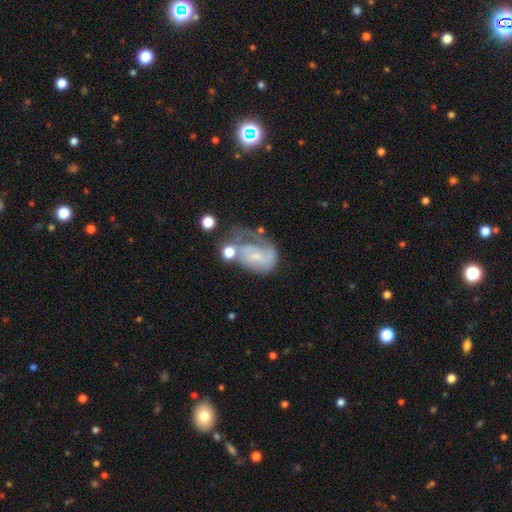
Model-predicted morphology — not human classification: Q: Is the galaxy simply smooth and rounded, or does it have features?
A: featured or disk — 66%.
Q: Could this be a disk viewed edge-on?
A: no — 97%.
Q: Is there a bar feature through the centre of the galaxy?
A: no — 55%.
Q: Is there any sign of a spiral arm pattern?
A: yes — 79%.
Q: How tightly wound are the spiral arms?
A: tight — 39%.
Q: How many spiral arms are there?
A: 2 — 34%.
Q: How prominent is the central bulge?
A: small — 64%.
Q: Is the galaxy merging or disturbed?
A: major disturbance — 34%.